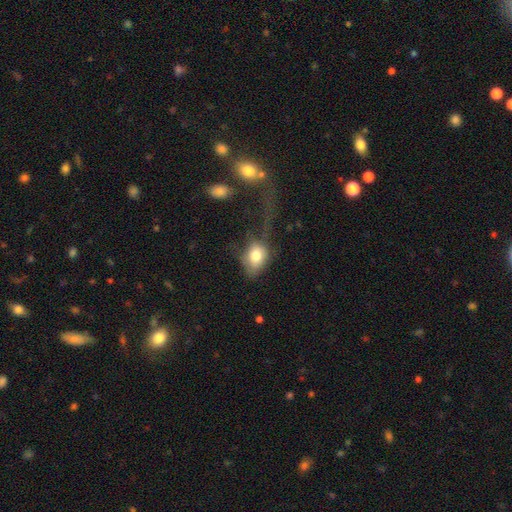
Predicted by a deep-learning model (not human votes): smooth-or-featured: smooth: 76% | featured or disk: 15% | star or artifact: 9%
  how-rounded: in between: 68% | round: 30% | cigar-shaped: 2%
  merging: major disturbance: 39% | none: 31% | minor disturbance: 25% | merger: 5%